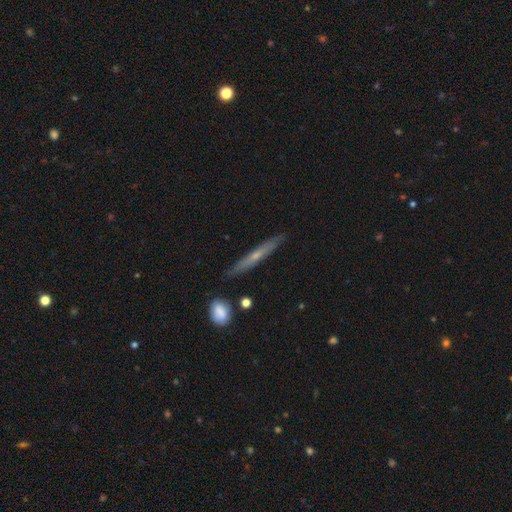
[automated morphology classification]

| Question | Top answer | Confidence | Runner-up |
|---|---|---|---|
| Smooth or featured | featured or disk | 53% | smooth (41%) |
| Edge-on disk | yes | 93% | no (7%) |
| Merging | none | 87% | minor disturbance (9%) |